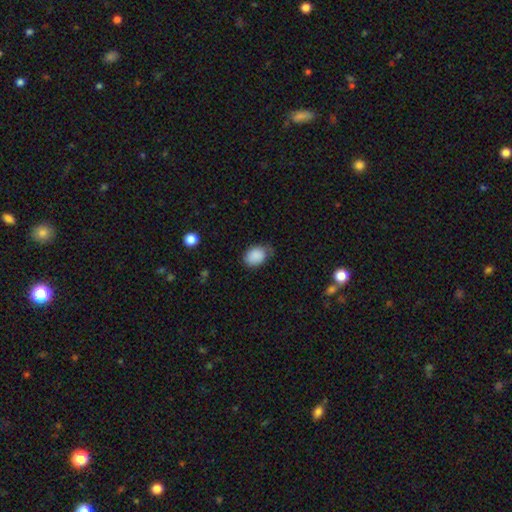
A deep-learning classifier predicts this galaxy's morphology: A smooth galaxy with no disk features (88%) that is in between round and cigar-shaped (72%).

Vote fractions:
- Smooth or featured? smooth: 88% / star or artifact: 8% / featured or disk: 5%
- How rounded? in between: 72% / round: 28% / cigar-shaped: 1%
- Merging? none: 57% / minor disturbance: 33% / major disturbance: 8% / merger: 2%